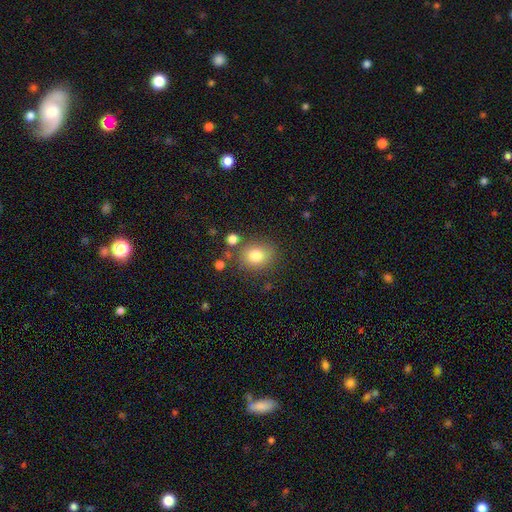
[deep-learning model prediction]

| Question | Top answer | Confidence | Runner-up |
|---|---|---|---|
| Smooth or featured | smooth | 80% | star or artifact (11%) |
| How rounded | round | 69% | in between (30%) |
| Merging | none | 77% | minor disturbance (12%) |